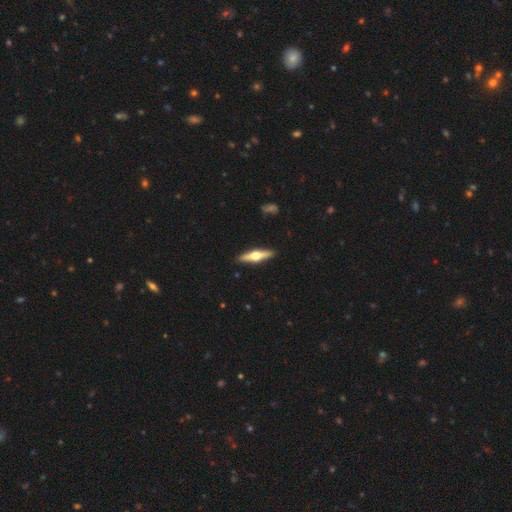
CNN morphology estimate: Q: Smooth or featured?
A: featured or disk (67%); runner-up: smooth (28%)
Q: Edge-on disk?
A: yes (97%); runner-up: no (3%)
Q: Edge-on bulge?
A: rounded (96%); runner-up: boxy (3%)
Q: Merging?
A: none (91%); runner-up: minor disturbance (6%)